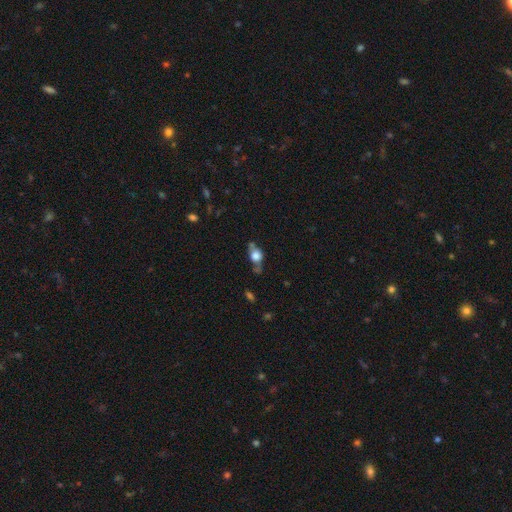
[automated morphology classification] smooth-or-featured: smooth: 55% | featured or disk: 33% | star or artifact: 11%
  how-rounded: in between: 54% | round: 38% | cigar-shaped: 8%
  merging: none: 50% | minor disturbance: 25% | major disturbance: 13% | merger: 12%